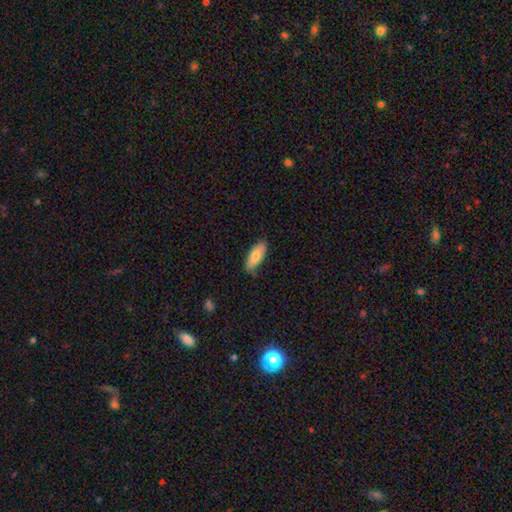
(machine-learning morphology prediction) Smooth or featured? smooth (80%)
How rounded? in between (76%)
Merging? none (80%)